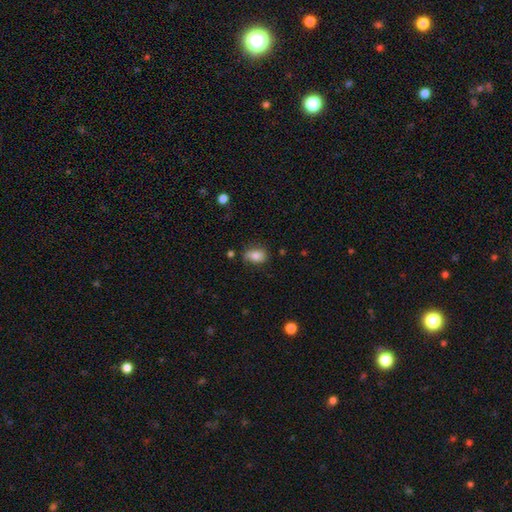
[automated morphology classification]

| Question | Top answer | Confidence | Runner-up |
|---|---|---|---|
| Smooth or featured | smooth | 80% | featured or disk (12%) |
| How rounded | in between | 80% | round (18%) |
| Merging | none | 67% | minor disturbance (25%) |